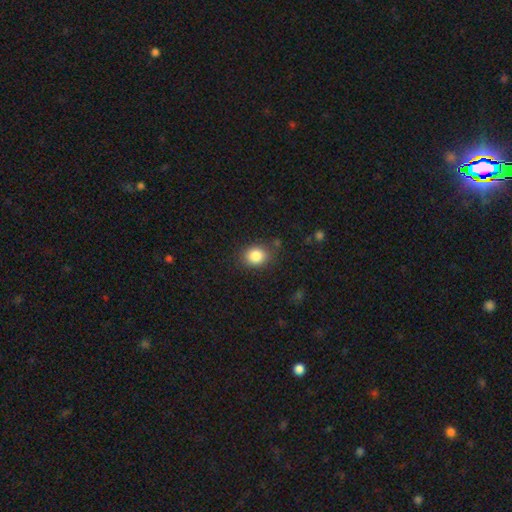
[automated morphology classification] Smooth or featured: smooth — 85% (star or artifact — 10%)
How rounded: round — 59% (in between — 40%)
Merging: none — 82% (minor disturbance — 12%)